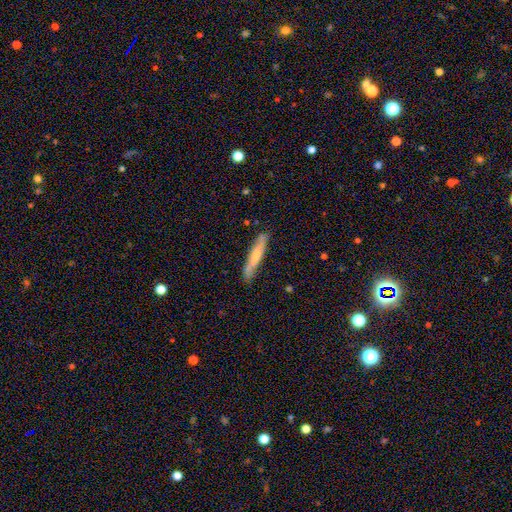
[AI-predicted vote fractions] Morphology: type=smooth (59%); roundness=cigar-shaped (92%); merging=none (83%).